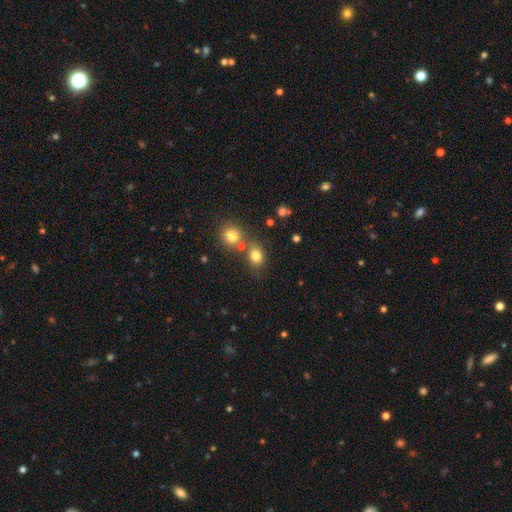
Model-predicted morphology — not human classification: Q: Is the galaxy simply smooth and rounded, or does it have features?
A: smooth — 80%.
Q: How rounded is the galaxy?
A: round — 52%.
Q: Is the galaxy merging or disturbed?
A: none — 55%.